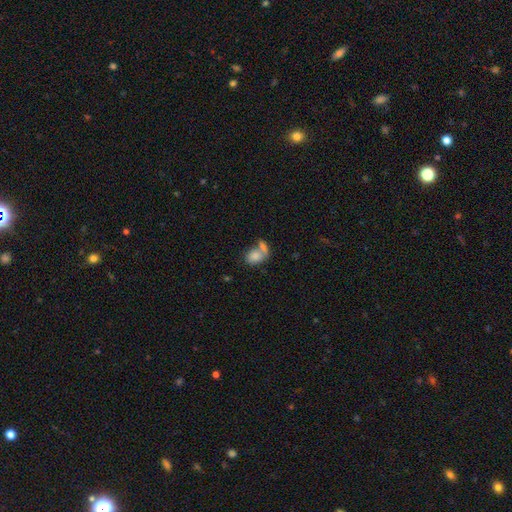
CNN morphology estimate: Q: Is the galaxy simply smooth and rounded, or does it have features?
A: smooth — 79%.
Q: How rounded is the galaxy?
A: in between — 72%.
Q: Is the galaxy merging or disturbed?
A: merger — 53%.